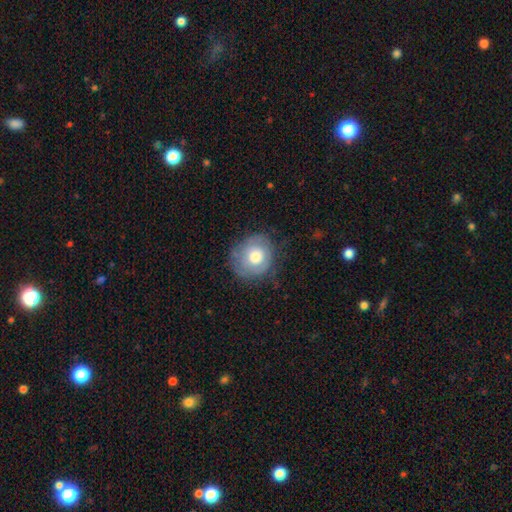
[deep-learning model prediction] smooth_or_featured: smooth (p=0.55) [alt: featured or disk p=0.37]
how_rounded: round (p=0.80) [alt: in between p=0.19]
merging: none (p=0.69) [alt: minor disturbance p=0.21]